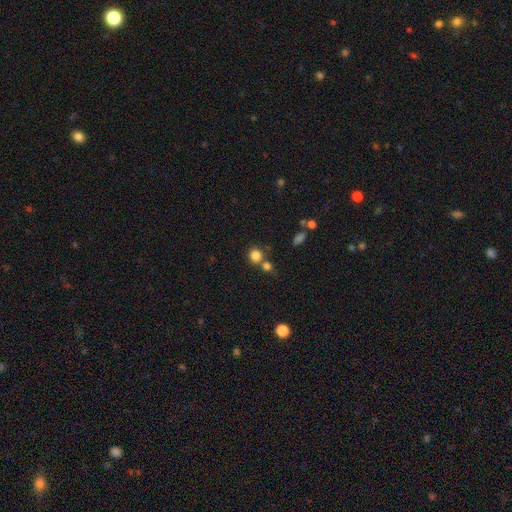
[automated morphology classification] smooth_or_featured: smooth (p=0.81) [alt: star or artifact p=0.12]
how_rounded: round (p=0.87) [alt: in between p=0.12]
merging: none (p=0.63) [alt: merger p=0.26]